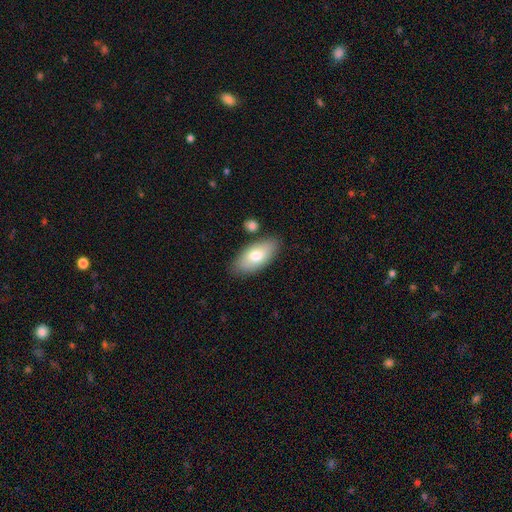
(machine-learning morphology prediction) Smooth or featured? smooth (75%)
How rounded? in between (90%)
Merging? none (80%)